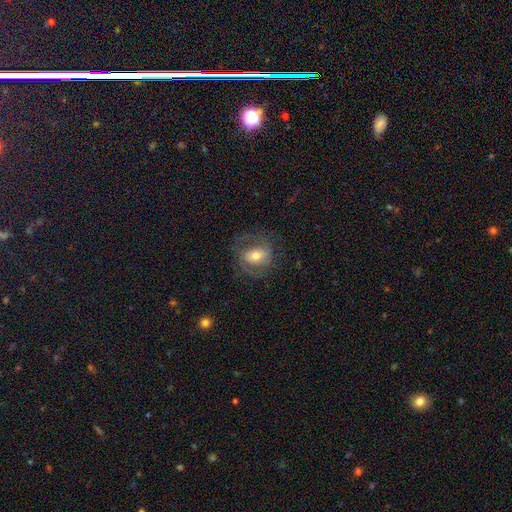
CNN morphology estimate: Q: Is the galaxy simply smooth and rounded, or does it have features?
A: featured or disk — 54%.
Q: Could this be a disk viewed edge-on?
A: no — 95%.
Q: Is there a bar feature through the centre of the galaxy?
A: no — 40%.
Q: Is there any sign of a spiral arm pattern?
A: yes — 72%.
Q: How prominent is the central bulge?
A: moderate — 65%.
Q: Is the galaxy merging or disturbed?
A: none — 65%.